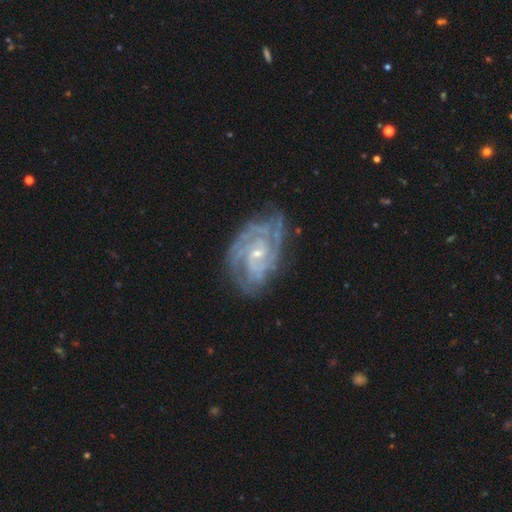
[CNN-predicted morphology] Q: Smooth or featured?
A: featured or disk (86%); runner-up: star or artifact (8%)
Q: Edge-on disk?
A: no (96%); runner-up: yes (4%)
Q: Bar?
A: no (55%); runner-up: weak (35%)
Q: Spiral arms?
A: yes (97%); runner-up: no (3%)
Q: Spiral winding?
A: tight (66%); runner-up: medium (29%)
Q: Spiral arm count?
A: 2 (28%); runner-up: 3 (24%)
Q: Bulge size?
A: small (66%); runner-up: moderate (29%)
Q: Merging?
A: none (72%); runner-up: minor disturbance (19%)